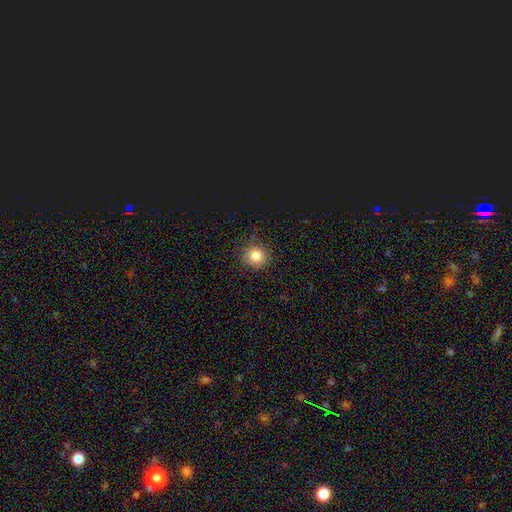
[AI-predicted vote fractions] Q: Smooth or featured?
A: smooth (83%); runner-up: star or artifact (11%)
Q: How rounded?
A: round (90%); runner-up: in between (9%)
Q: Merging?
A: none (83%); runner-up: minor disturbance (12%)